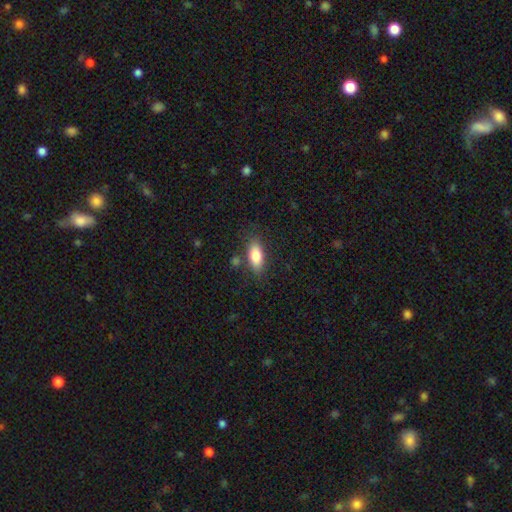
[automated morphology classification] This appears to be a smooth galaxy with no disk features (79%) that is in between round and cigar-shaped (82%). Merging: none (79%).